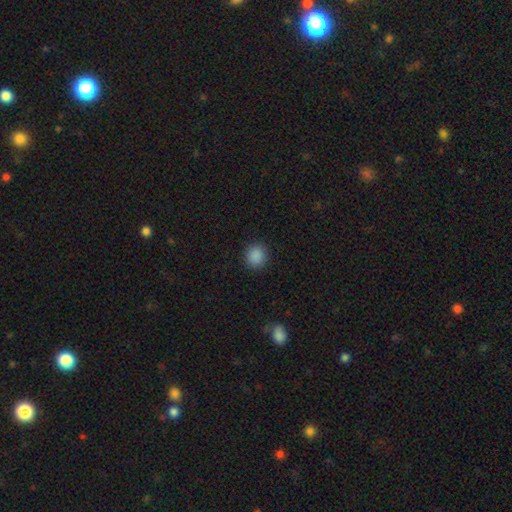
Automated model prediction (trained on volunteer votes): smooth_or_featured: smooth (p=0.88) [alt: star or artifact p=0.10]
how_rounded: round (p=0.90) [alt: in between p=0.10]
merging: none (p=0.91) [alt: minor disturbance p=0.06]